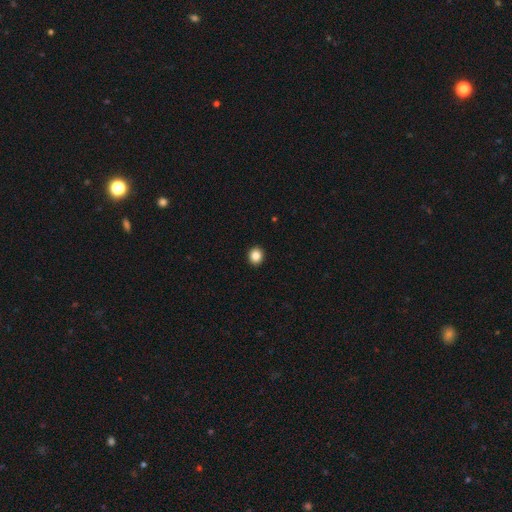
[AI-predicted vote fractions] A smooth galaxy with no disk features (86%) that is round (83%). Merging: none (93%).